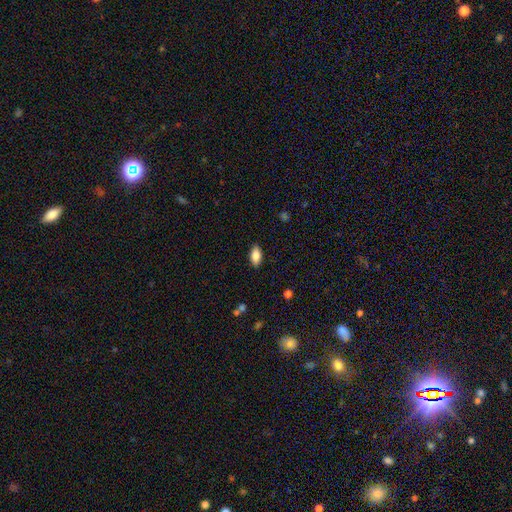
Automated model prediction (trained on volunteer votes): Smooth or featured: smooth — 81% (featured or disk — 12%)
How rounded: in between — 89% (cigar-shaped — 9%)
Merging: none — 88% (minor disturbance — 9%)